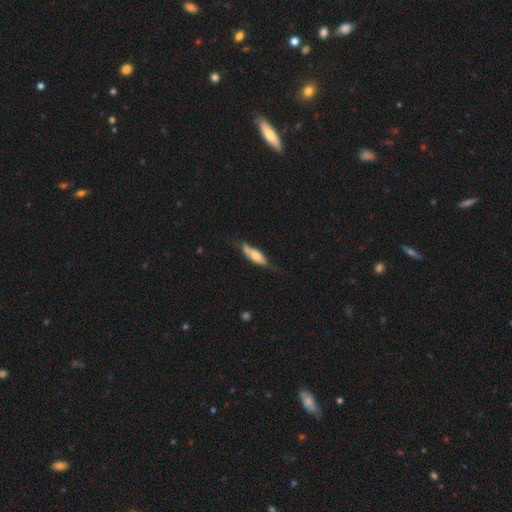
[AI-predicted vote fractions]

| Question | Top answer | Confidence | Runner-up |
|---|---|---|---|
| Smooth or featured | smooth | 55% | featured or disk (40%) |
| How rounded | in between | 52% | cigar-shaped (46%) |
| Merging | none | 52% | minor disturbance (34%) |